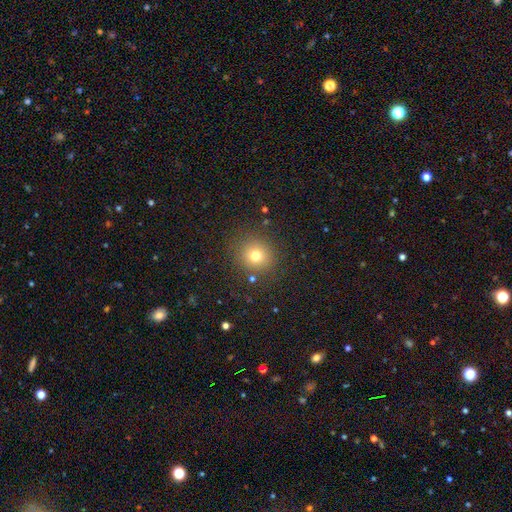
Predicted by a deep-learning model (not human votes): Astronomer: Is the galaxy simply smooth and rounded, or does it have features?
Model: smooth — 74%.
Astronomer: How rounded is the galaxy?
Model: round — 91%.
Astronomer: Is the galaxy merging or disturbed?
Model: none — 86%.